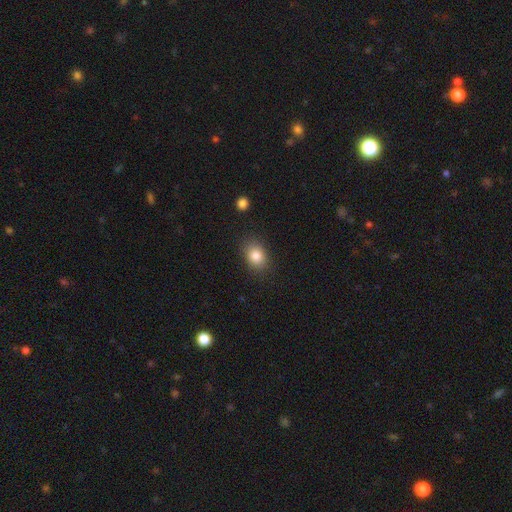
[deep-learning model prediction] Q: Smooth or featured?
A: smooth (84%); runner-up: star or artifact (9%)
Q: How rounded?
A: in between (66%); runner-up: round (33%)
Q: Merging?
A: none (83%); runner-up: minor disturbance (12%)